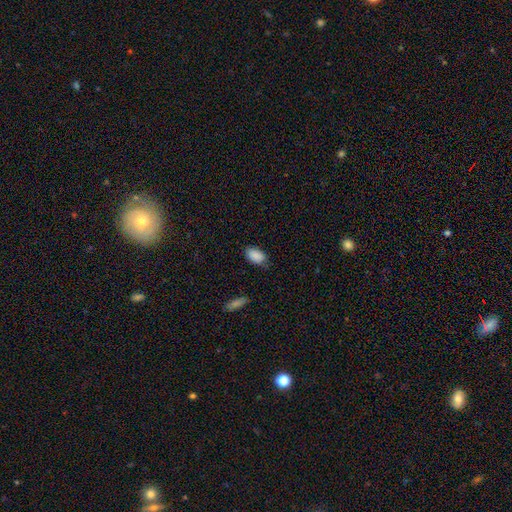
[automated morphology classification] Q: Smooth or featured?
A: smooth (88%); runner-up: star or artifact (7%)
Q: How rounded?
A: in between (93%); runner-up: round (5%)
Q: Merging?
A: none (74%); runner-up: minor disturbance (21%)